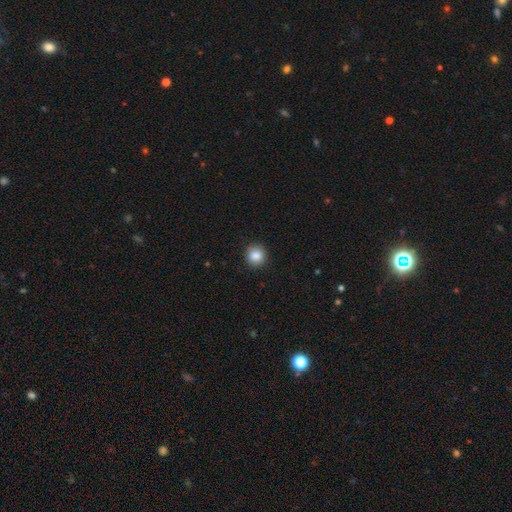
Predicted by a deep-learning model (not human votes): This is clearly a smooth galaxy (86%). How rounded: clearly round (89%). Merging: clearly none (89%).